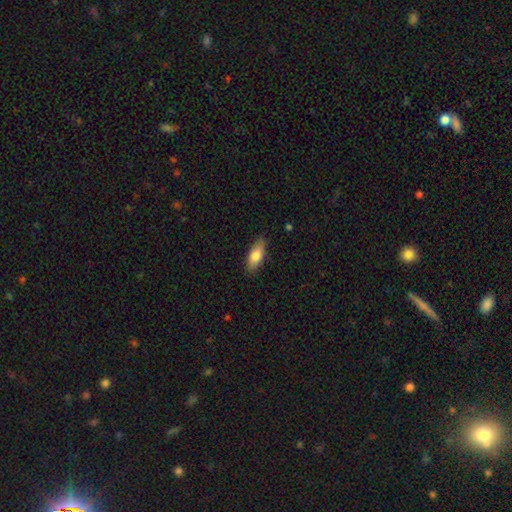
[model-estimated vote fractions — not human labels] This is likely a smooth galaxy (80%). How rounded: likely in between (77%). Merging: clearly none (83%).